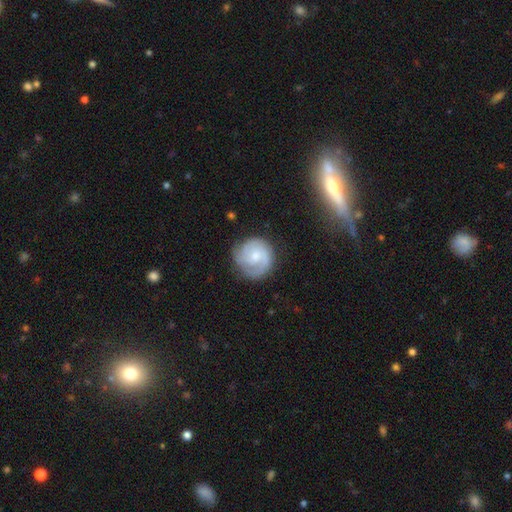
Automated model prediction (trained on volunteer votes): Morphology: type=featured or disk (70%); edge-on=no (98%); bar=no (62%); spiral arms=yes (93%); winding=tight (58%); arm count=2 (46%); bulge=small (45%); merging=none (75%).